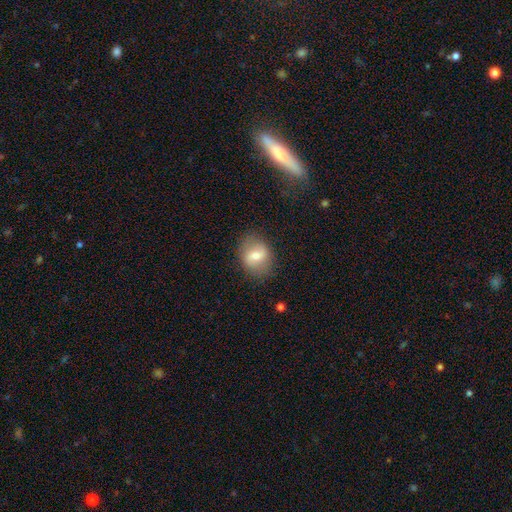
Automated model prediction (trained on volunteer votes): smooth_or_featured: smooth (p=0.60) [alt: featured or disk p=0.32]
how_rounded: round (p=0.52) [alt: in between p=0.47]
merging: none (p=0.79) [alt: minor disturbance p=0.14]